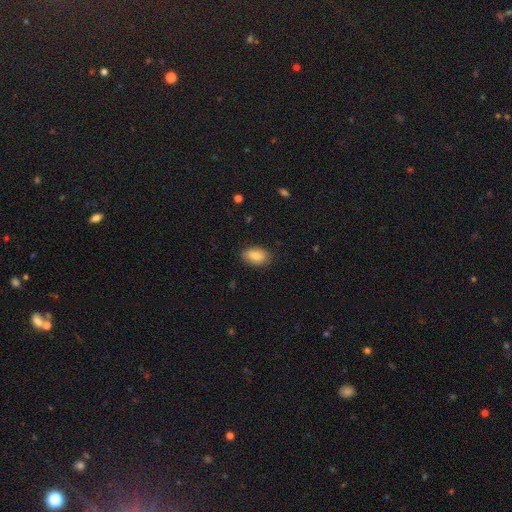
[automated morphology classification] Smooth or featured?
  - smooth: 83% *
  - featured or disk: 9%
  - star or artifact: 7%
How rounded?
  - in between: 90% *
  - round: 8%
  - cigar-shaped: 2%
Merging?
  - none: 83% *
  - minor disturbance: 13%
  - major disturbance: 3%
  - merger: 1%